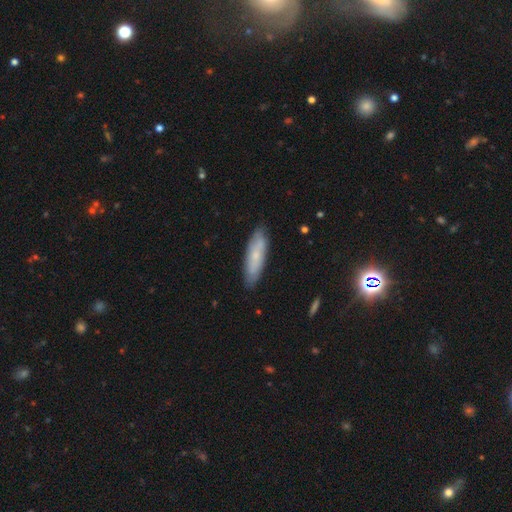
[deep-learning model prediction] A smooth galaxy with no disk features (60%) that is cigar-shaped (62%). Merging: none (83%).